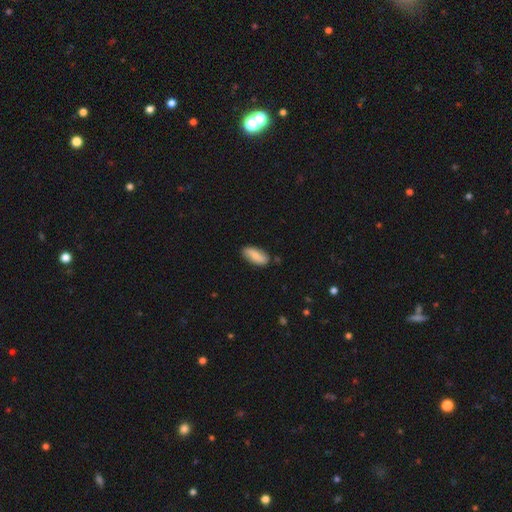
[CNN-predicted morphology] type=smooth (77%); roundness=in between (79%); merging=none (81%).